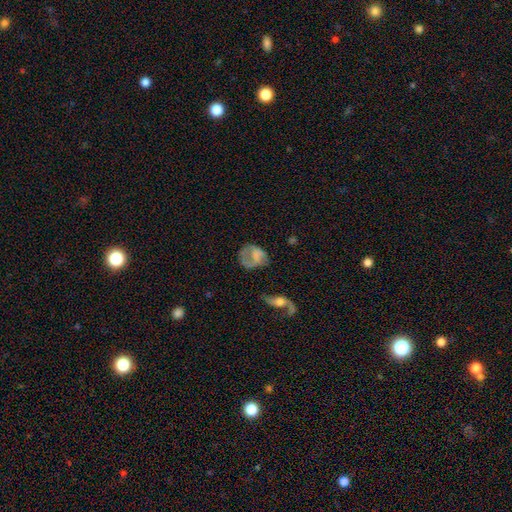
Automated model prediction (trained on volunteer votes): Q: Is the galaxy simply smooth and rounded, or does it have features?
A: smooth — 53%.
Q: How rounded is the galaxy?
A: in between — 51%.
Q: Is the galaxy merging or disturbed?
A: none — 39%.